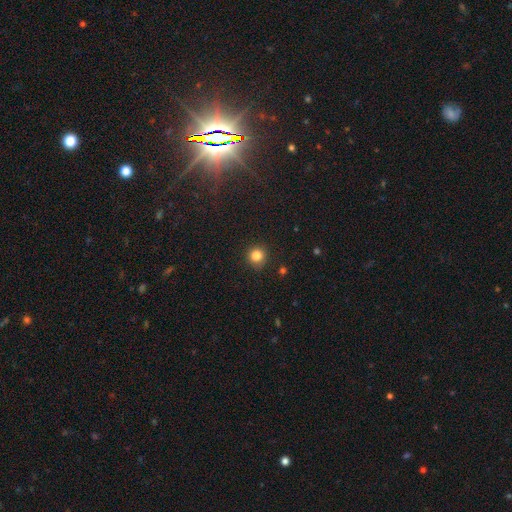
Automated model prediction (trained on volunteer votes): This appears to be a smooth galaxy with no disk features (82%) that is round (94%). Merging: none (91%).